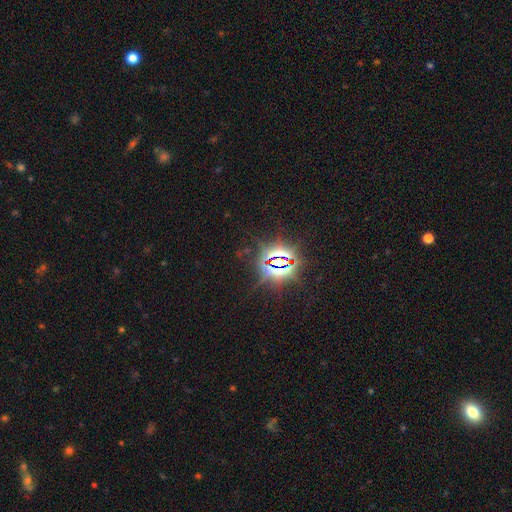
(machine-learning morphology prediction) star or artifact 85%, smooth 10%, featured or disk 6%.